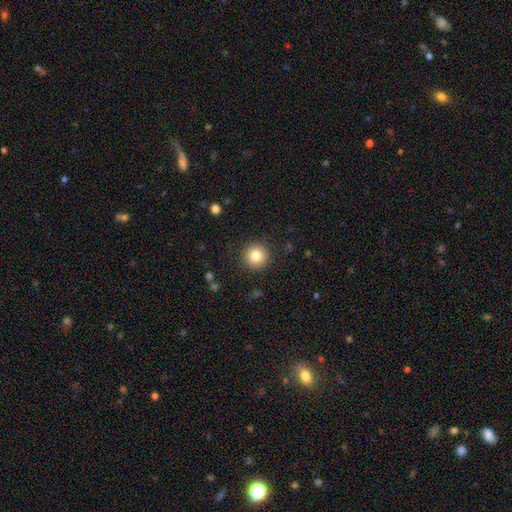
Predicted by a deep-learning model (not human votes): The model was most divided on "smooth or featured": smooth: 83%, star or artifact: 10%, featured or disk: 7%. More confident: how rounded — round (95%); merging — none (91%).